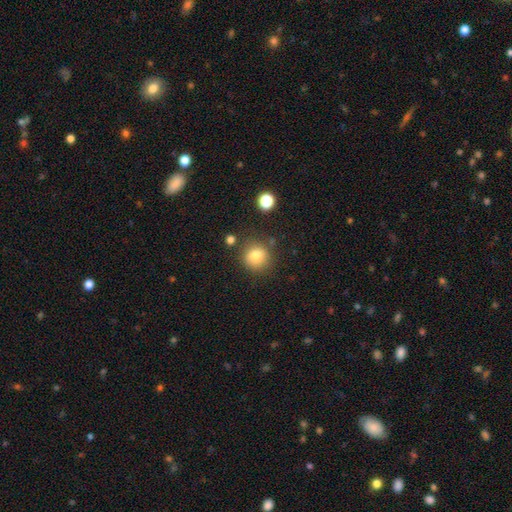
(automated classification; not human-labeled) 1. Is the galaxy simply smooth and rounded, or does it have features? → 79% smooth, 12% star or artifact, 9% featured or disk.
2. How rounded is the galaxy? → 89% round, 10% in between, 1% cigar-shaped.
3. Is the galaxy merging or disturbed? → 79% none, 12% minor disturbance, 5% merger, 4% major disturbance.